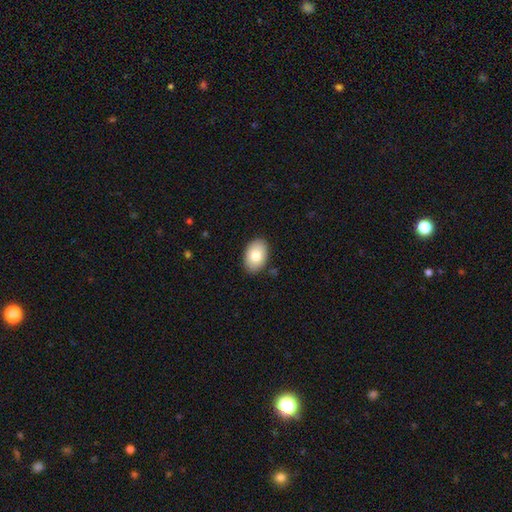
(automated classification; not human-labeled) Morphology: type=smooth (77%); roundness=in between (88%); merging=none (88%).